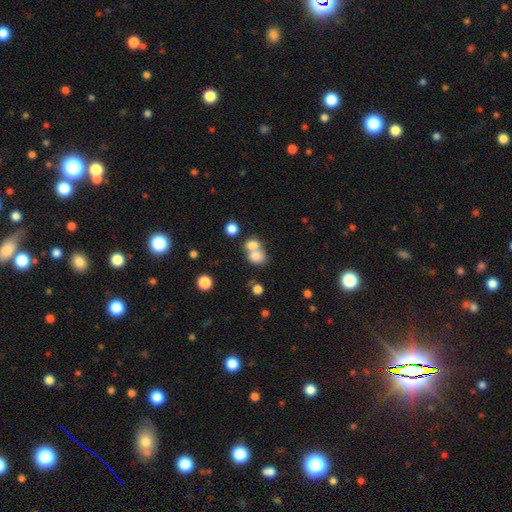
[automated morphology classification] Smooth or featured? smooth (77%)
How rounded? round (54%)
Merging? merger (60%)